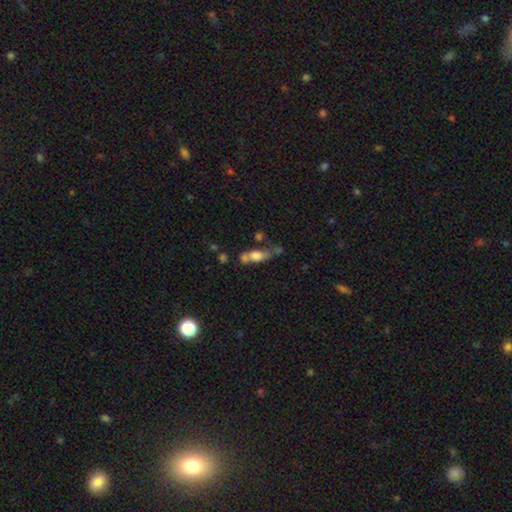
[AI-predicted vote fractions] smooth-or-featured: smooth: 62% | featured or disk: 27% | star or artifact: 10%
  how-rounded: in between: 64% | cigar-shaped: 28% | round: 8%
  merging: none: 35% | merger: 33% | minor disturbance: 19% | major disturbance: 13%